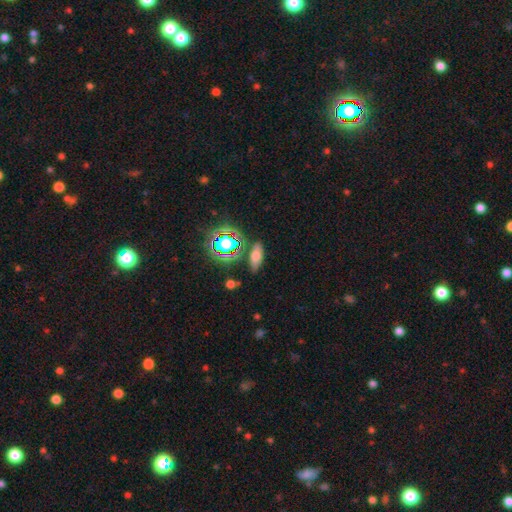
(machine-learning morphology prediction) This is likely a smooth galaxy (62%). How rounded: likely in between (67%). Merging: likely none (77%).